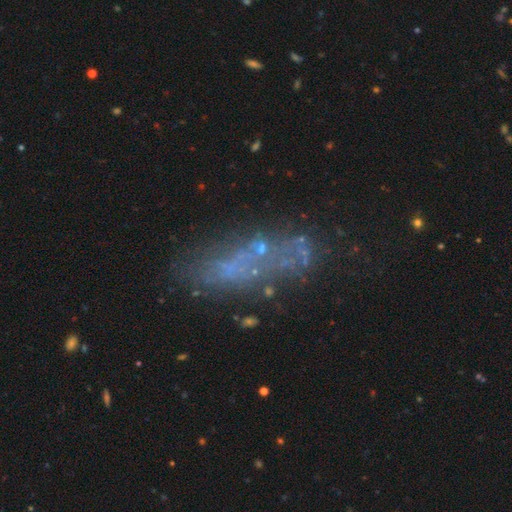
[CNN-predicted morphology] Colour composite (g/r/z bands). It shows a featured or disk galaxy (49%). Merging: none (55%).